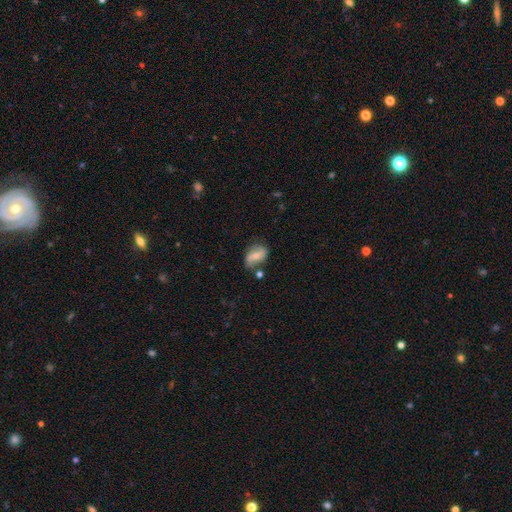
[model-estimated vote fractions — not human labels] Morphology: type=featured or disk (52%); edge-on=no (96%); merging=none (59%).